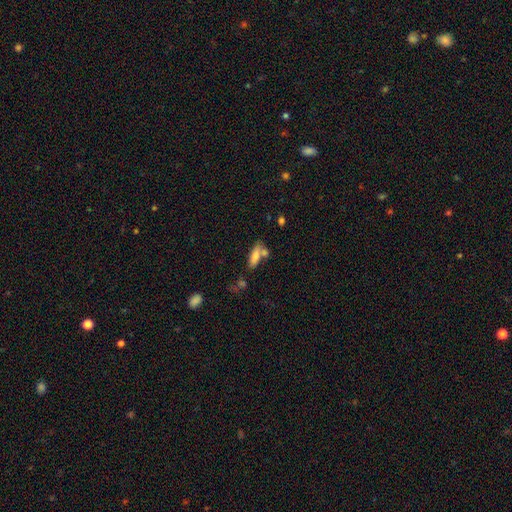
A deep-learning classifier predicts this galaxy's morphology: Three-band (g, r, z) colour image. It shows a smooth galaxy with no disk features (74%) that is in between round and cigar-shaped (56%). Merging: none (47%).